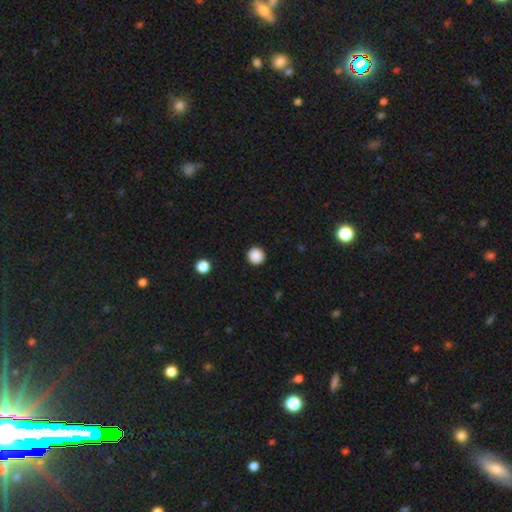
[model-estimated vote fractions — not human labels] Smooth or featured?
  - smooth: 88% *
  - star or artifact: 9%
  - featured or disk: 2%
How rounded?
  - round: 95% *
  - in between: 4%
  - cigar-shaped: 1%
Merging?
  - none: 93% *
  - minor disturbance: 4%
  - major disturbance: 2%
  - merger: 1%